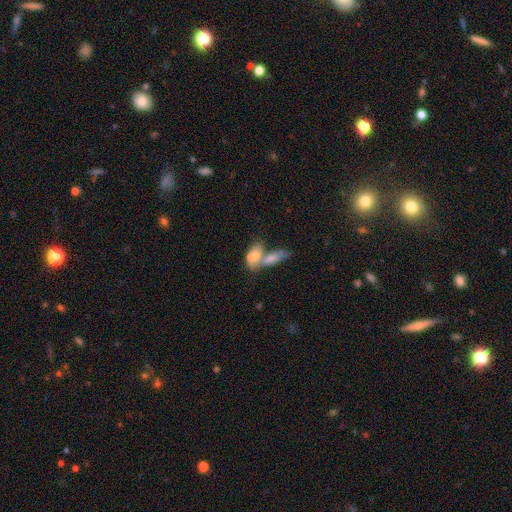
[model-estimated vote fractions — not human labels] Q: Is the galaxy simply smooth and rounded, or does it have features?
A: smooth — 50%.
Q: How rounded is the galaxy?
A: in between — 73%.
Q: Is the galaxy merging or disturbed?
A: merger — 64%.